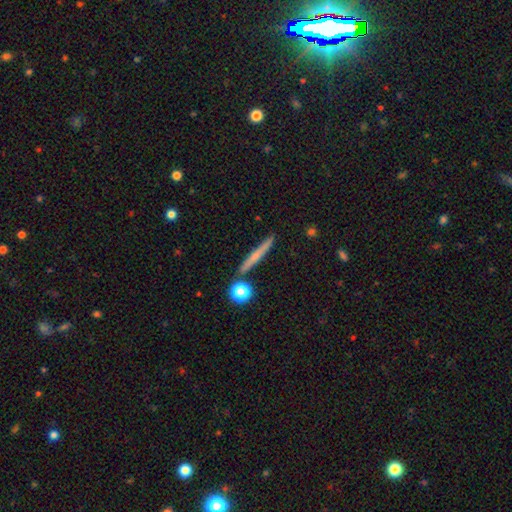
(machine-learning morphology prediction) Smooth or featured: smooth — 51% (featured or disk — 41%)
How rounded: cigar-shaped — 92% (in between — 4%)
Merging: none — 86% (minor disturbance — 8%)